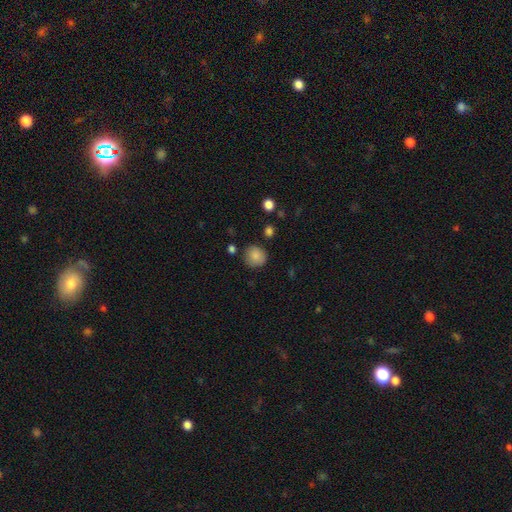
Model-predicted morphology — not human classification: smooth_or_featured: smooth (p=0.85) [alt: star or artifact p=0.09]
how_rounded: round (p=0.90) [alt: in between p=0.09]
merging: none (p=0.83) [alt: minor disturbance p=0.11]